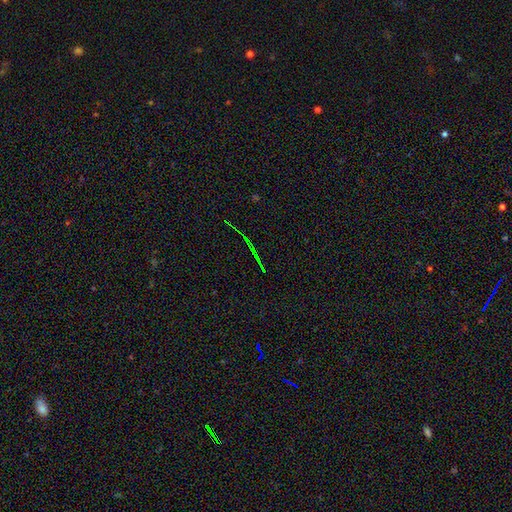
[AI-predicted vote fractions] This is likely a star or artifact rather than a galaxy (76%).